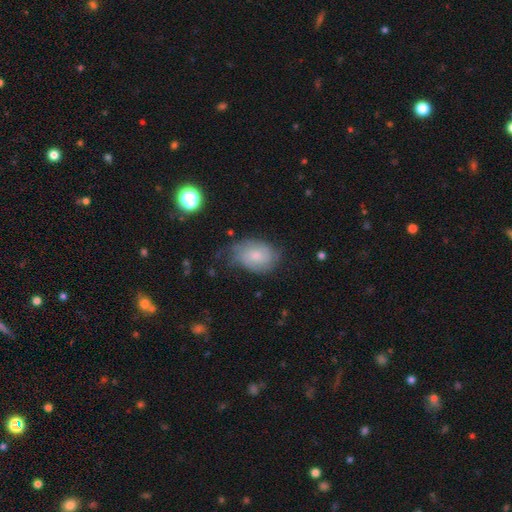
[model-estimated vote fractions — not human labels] A featured or disk galaxy (47%).

Vote fractions:
- Smooth or featured? featured or disk: 47% / smooth: 44% / star or artifact: 9%
- Merging? none: 49% / minor disturbance: 32% / major disturbance: 16% / merger: 2%